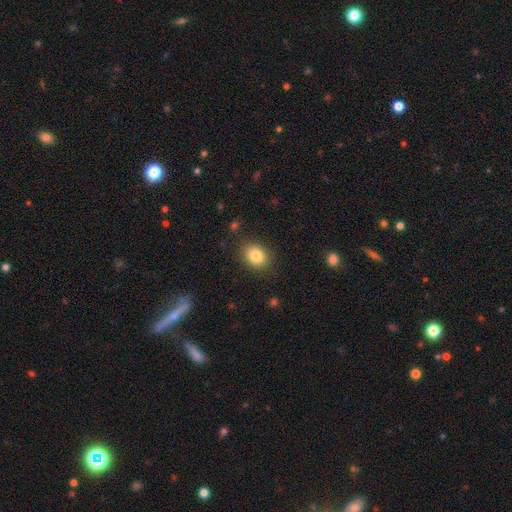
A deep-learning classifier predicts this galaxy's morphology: A smooth galaxy with no disk features (84%) that is in between round and cigar-shaped (57%). Merging: none (86%).